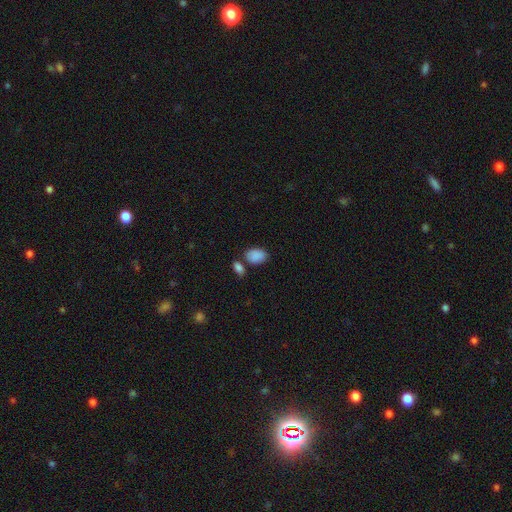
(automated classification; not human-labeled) smooth-or-featured: smooth: 88% | star or artifact: 8% | featured or disk: 5%
  how-rounded: in between: 88% | round: 11% | cigar-shaped: 1%
  merging: none: 63% | merger: 17% | minor disturbance: 15% | major disturbance: 5%